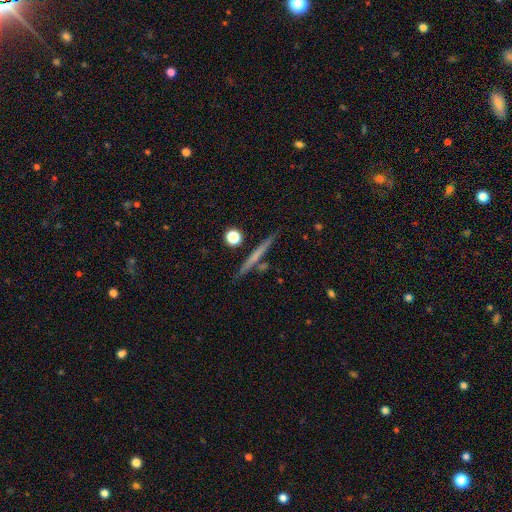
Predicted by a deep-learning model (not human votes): Smooth or featured? Predicted: smooth (p=0.48). Merging? Predicted: none (p=0.86).